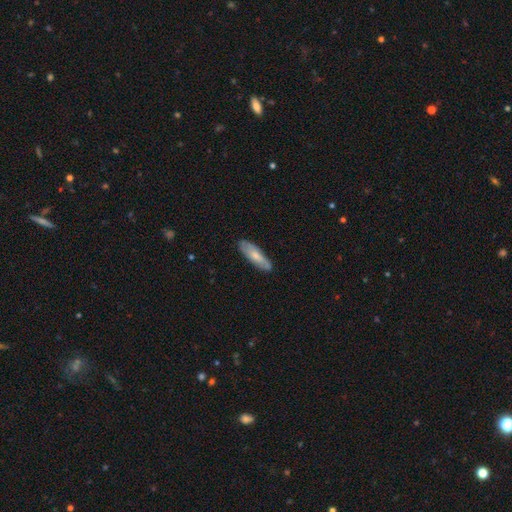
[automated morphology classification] smooth-or-featured: smooth: 63% | featured or disk: 32% | star or artifact: 5%
  how-rounded: cigar-shaped: 53% | in between: 45% | round: 2%
  merging: none: 83% | minor disturbance: 13% | major disturbance: 2% | merger: 1%